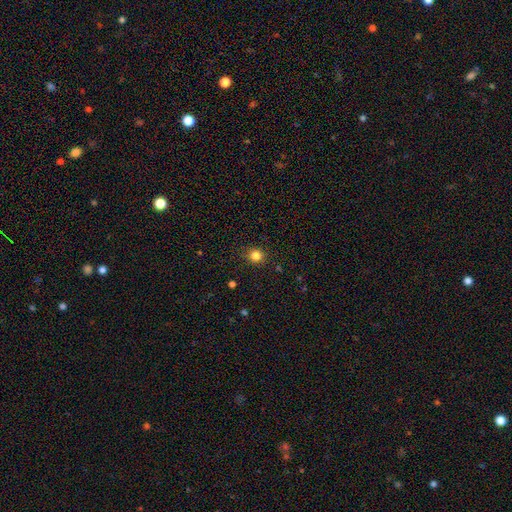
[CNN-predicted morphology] smooth_or_featured: smooth (p=0.83) [alt: star or artifact p=0.13]
how_rounded: round (p=0.87) [alt: in between p=0.12]
merging: none (p=0.88) [alt: minor disturbance p=0.08]